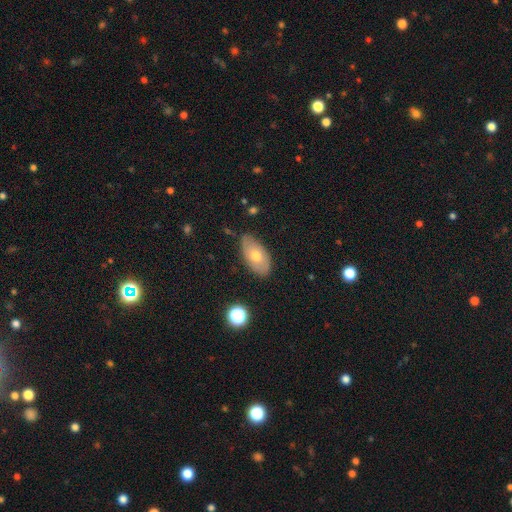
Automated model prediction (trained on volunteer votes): Q: Smooth or featured?
A: smooth (61%); runner-up: featured or disk (32%)
Q: How rounded?
A: in between (93%); runner-up: round (5%)
Q: Merging?
A: none (77%); runner-up: minor disturbance (18%)